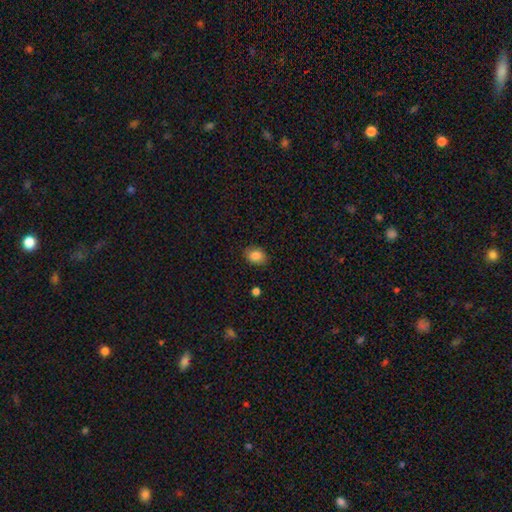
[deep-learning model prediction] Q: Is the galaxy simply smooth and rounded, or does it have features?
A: smooth — 85%.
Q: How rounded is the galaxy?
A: in between — 68%.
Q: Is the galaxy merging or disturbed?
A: none — 86%.